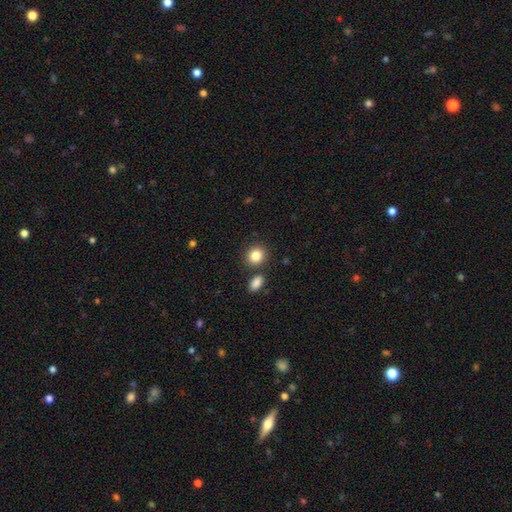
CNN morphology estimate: A smooth galaxy with no disk features (85%) that is round (77%). Merging: none (79%).